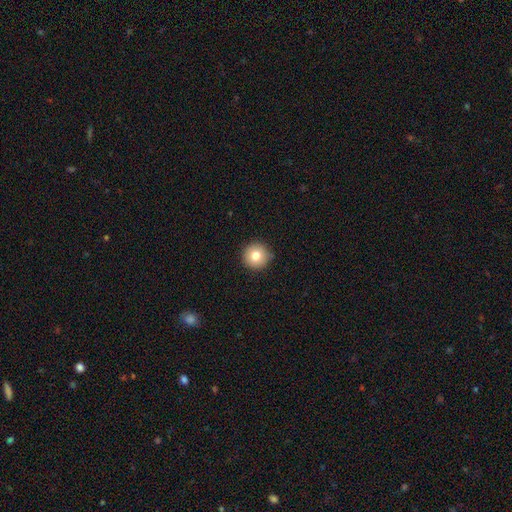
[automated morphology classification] Smooth or featured?
  - smooth: 79% *
  - featured or disk: 11%
  - star or artifact: 10%
How rounded?
  - round: 95% *
  - in between: 4%
  - cigar-shaped: 1%
Merging?
  - none: 90% *
  - minor disturbance: 7%
  - major disturbance: 2%
  - merger: 1%